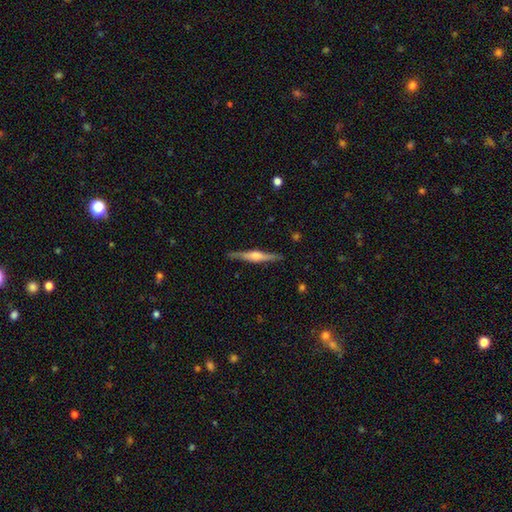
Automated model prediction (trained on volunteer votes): A featured or disk galaxy (76%) viewed edge-on (98%) with a rounded central bulge (76%).

Vote fractions:
- Smooth or featured? featured or disk: 76% / smooth: 19% / star or artifact: 6%
- Edge-on disk? yes: 98% / no: 2%
- Edge-on bulge? rounded: 76% / boxy: 18% / none: 6%
- Merging? none: 89% / minor disturbance: 8% / major disturbance: 2% / merger: 1%